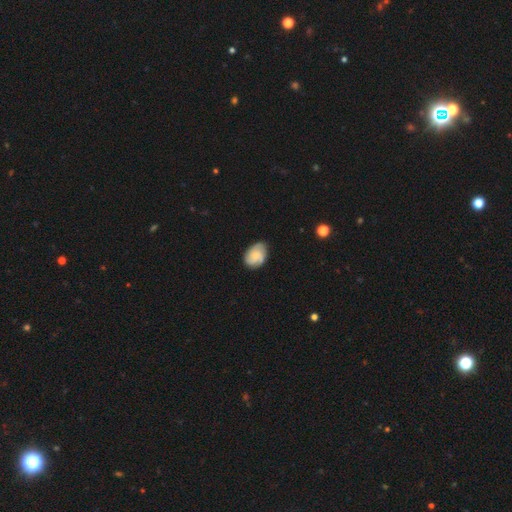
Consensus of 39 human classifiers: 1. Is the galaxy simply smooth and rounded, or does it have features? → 64% featured or disk, 36% smooth, 0% star or artifact.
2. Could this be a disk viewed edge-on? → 96% no, 4% yes.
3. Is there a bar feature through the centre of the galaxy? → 83% no, 17% weak, 0% strong.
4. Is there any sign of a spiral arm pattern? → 88% yes, 12% no.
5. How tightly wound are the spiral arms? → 57% tight, 43% medium, 0% loose.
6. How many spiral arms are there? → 67% 3, 24% can't tell, 5% 2, 5% 4, 0% 1, 0% more than 4.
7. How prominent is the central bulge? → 54% small, 42% moderate, 4% none, 0% dominant, 0% large.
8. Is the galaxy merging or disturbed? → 82% none, 15% minor disturbance, 3% merger, 0% major disturbance.